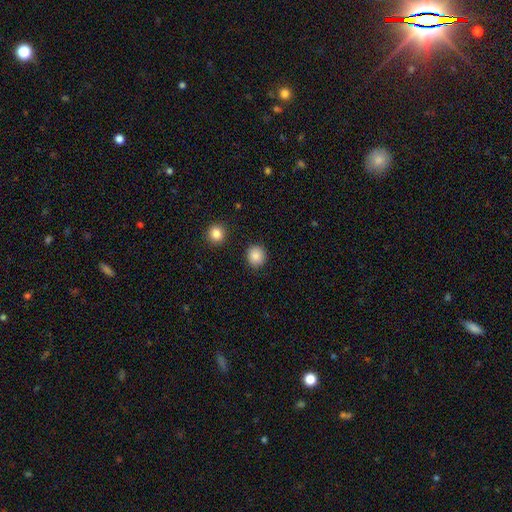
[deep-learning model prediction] A smooth galaxy with no disk features (87%) that is round (85%).

Vote fractions:
- Smooth or featured? smooth: 87% / star or artifact: 9% / featured or disk: 4%
- How rounded? round: 85% / in between: 14% / cigar-shaped: 1%
- Merging? none: 89% / minor disturbance: 7% / major disturbance: 2% / merger: 2%